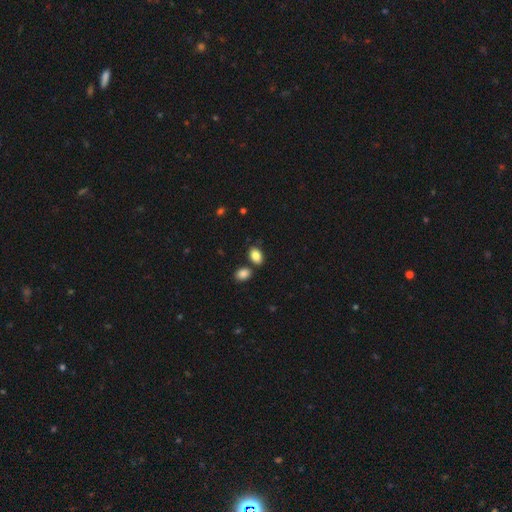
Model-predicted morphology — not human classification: A smooth galaxy with no disk features (87%) that is in between round and cigar-shaped (88%).

Vote fractions:
- Smooth or featured? smooth: 87% / star or artifact: 8% / featured or disk: 5%
- How rounded? in between: 88% / round: 10% / cigar-shaped: 1%
- Merging? none: 70% / merger: 16% / minor disturbance: 11% / major disturbance: 3%